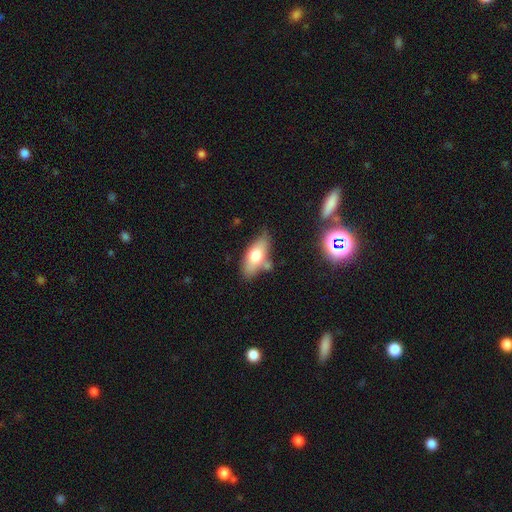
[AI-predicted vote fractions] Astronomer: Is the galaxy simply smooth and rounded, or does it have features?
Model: smooth — 66%.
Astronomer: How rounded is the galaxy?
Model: in between — 82%.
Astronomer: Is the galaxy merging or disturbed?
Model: none — 64%.